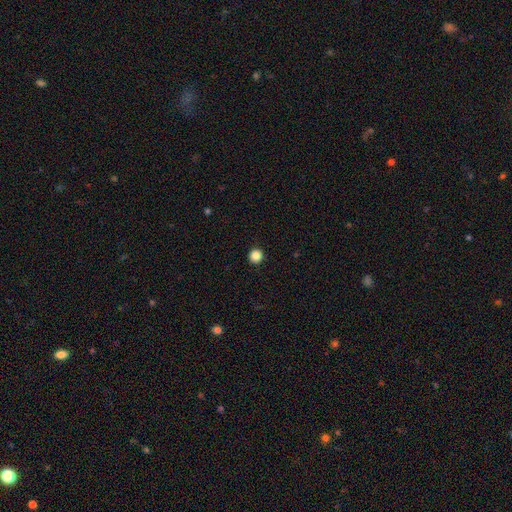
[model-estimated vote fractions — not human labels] A smooth galaxy with no disk features (87%) that is round (96%).

Vote fractions:
- Smooth or featured? smooth: 87% / star or artifact: 10% / featured or disk: 3%
- How rounded? round: 96% / in between: 3% / cigar-shaped: 1%
- Merging? none: 94% / minor disturbance: 4% / major disturbance: 1% / merger: 1%